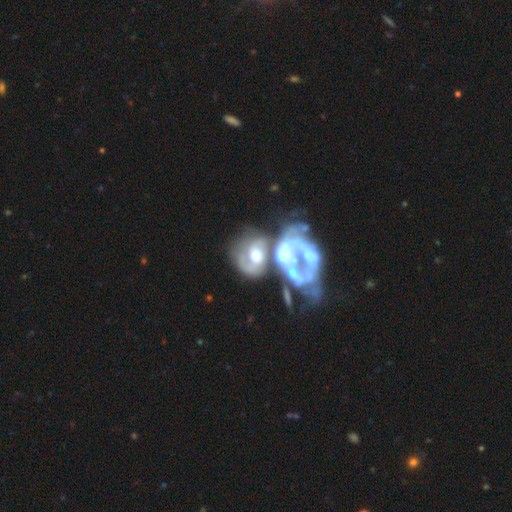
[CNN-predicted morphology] This appears to be a featured or disk galaxy (63%) with no bar (81%), no spiral arms (70%) and a moderate central bulge (59%). Merging: merger (57%).